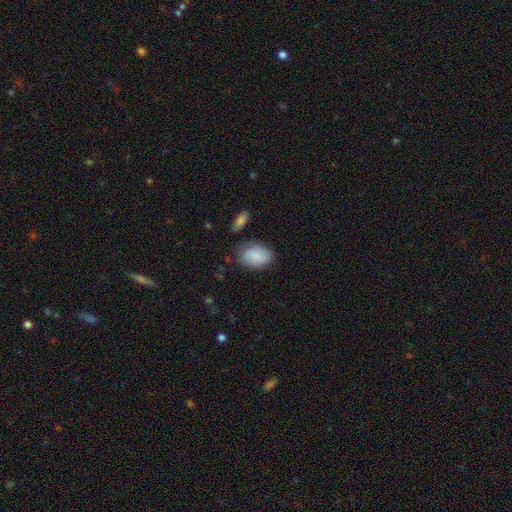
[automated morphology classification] Q: Smooth or featured?
A: smooth (81%); runner-up: featured or disk (12%)
Q: How rounded?
A: in between (84%); runner-up: round (14%)
Q: Merging?
A: none (68%); runner-up: minor disturbance (22%)